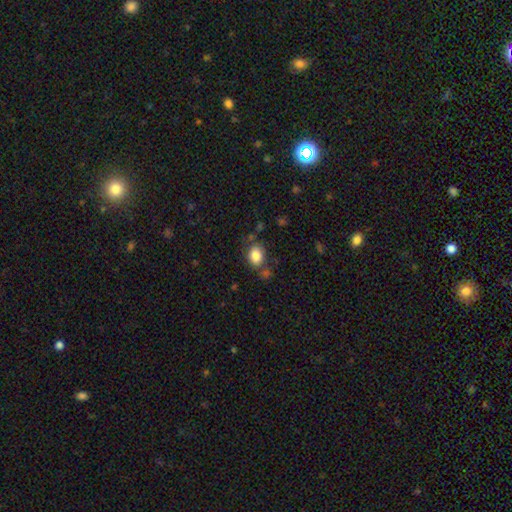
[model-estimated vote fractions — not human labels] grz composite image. It shows a smooth galaxy with no disk features (85%) that is in between round and cigar-shaped (66%). Merging: none (70%).